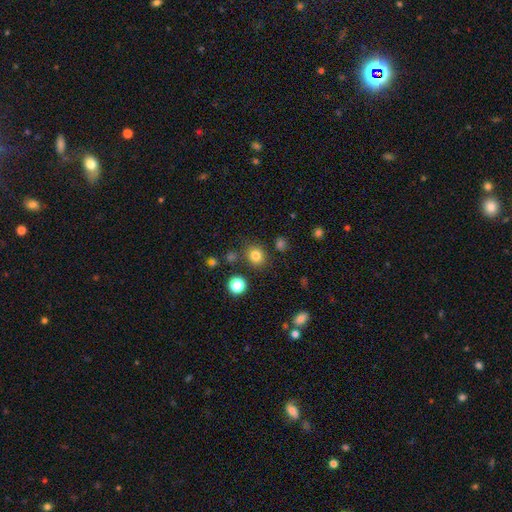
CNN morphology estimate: type=smooth (81%); roundness=round (80%); merging=none (82%).